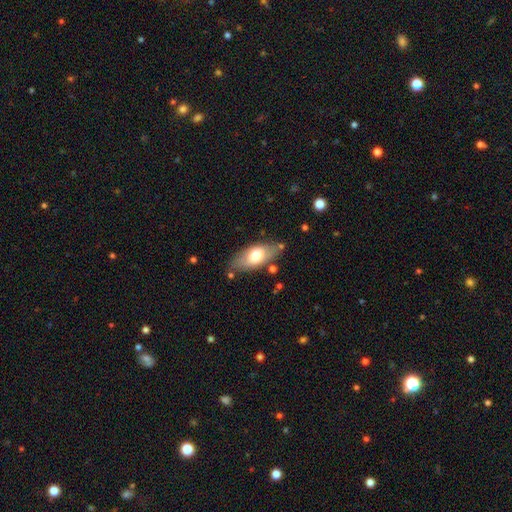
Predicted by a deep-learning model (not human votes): A smooth galaxy with no disk features (63%) that is in between round and cigar-shaped (85%). Merging: none (77%).